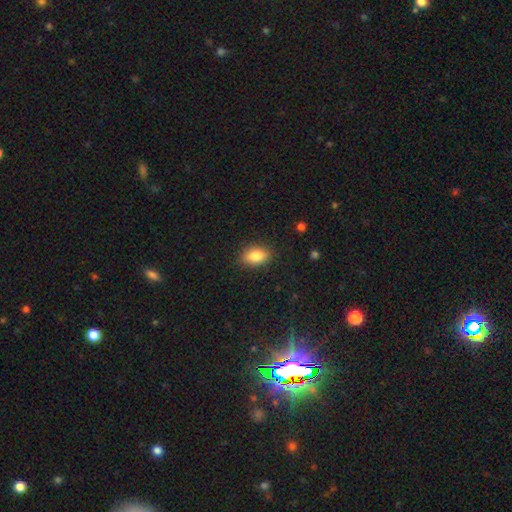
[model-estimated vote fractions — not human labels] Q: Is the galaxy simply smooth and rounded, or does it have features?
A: smooth — 84%.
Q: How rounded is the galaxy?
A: in between — 86%.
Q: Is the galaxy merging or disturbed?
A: none — 86%.